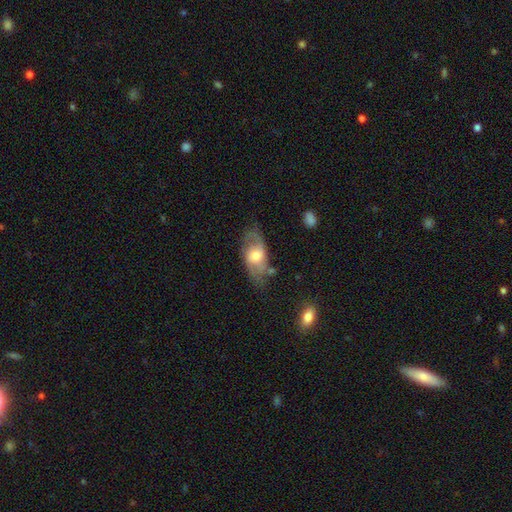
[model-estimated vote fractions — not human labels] Smooth or featured? Predicted: featured or disk (p=0.55). Edge-on disk? Predicted: no (p=0.88). Merging? Predicted: none (p=0.61).